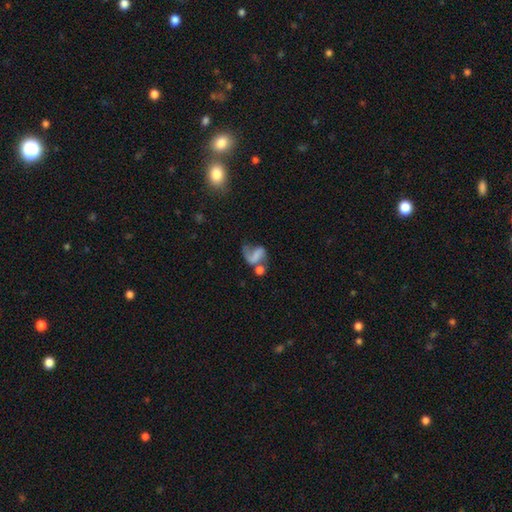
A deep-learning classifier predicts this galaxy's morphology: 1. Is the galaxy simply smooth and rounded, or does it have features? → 50% featured or disk, 38% smooth, 12% star or artifact.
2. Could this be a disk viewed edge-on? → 97% no, 3% yes.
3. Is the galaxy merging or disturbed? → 31% major disturbance, 28% merger, 25% none, 16% minor disturbance.